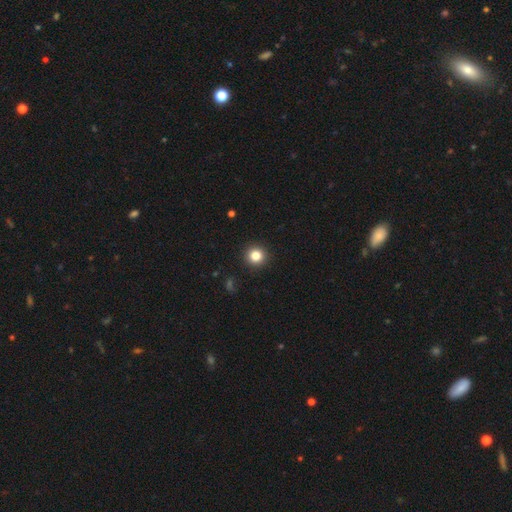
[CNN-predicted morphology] smooth-or-featured: smooth: 83% | star or artifact: 12% | featured or disk: 5%
  how-rounded: round: 95% | in between: 4% | cigar-shaped: 1%
  merging: none: 93% | minor disturbance: 5% | major disturbance: 2% | merger: 1%